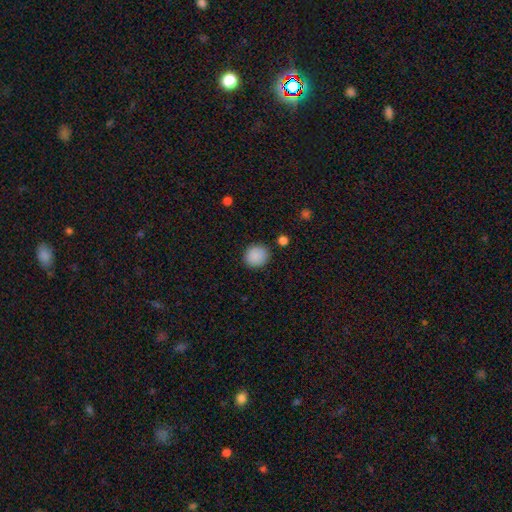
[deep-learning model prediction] smooth_or_featured: smooth (p=0.89) [alt: star or artifact p=0.08]
how_rounded: round (p=0.85) [alt: in between p=0.15]
merging: none (p=0.88) [alt: minor disturbance p=0.08]